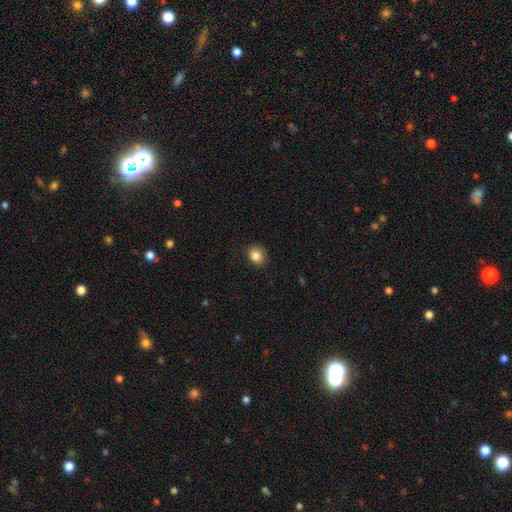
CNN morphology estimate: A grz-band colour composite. It shows a smooth galaxy with no disk features (85%) that is round (64%). Merging: none (87%).